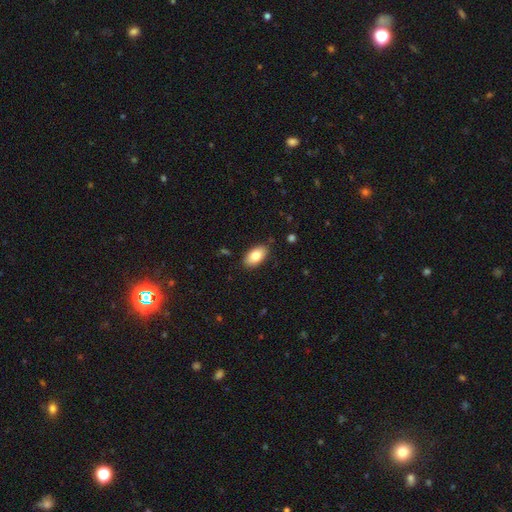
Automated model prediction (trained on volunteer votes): Smooth or featured? Predicted: smooth (p=0.80). How rounded? Predicted: in between (p=0.93). Merging? Predicted: none (p=0.85).